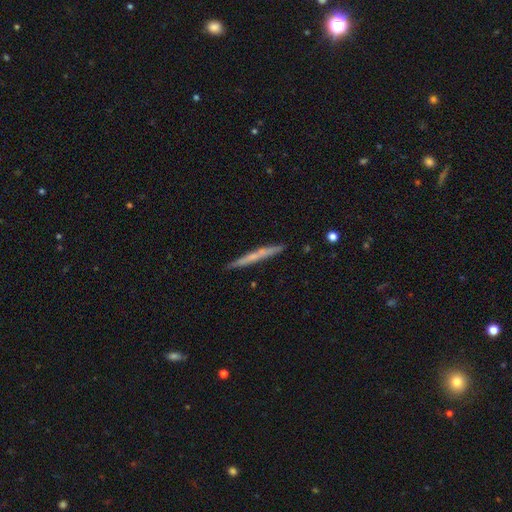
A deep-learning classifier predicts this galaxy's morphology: Smooth or featured: featured or disk — 50% (smooth — 44%)
Merging: none — 89% (minor disturbance — 8%)